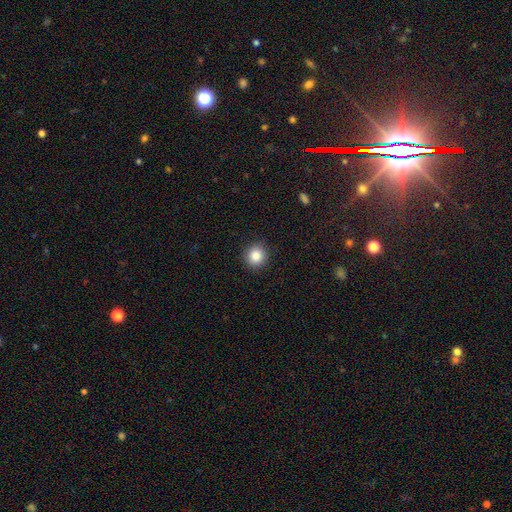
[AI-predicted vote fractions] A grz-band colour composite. It shows a smooth galaxy with no disk features (86%) that is round (90%). Merging: none (91%).